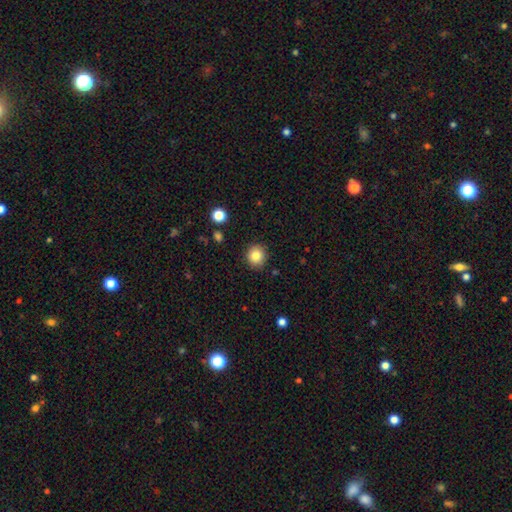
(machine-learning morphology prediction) Overall: smooth (83%). How rounded: round (91%). Merging: none (90%).